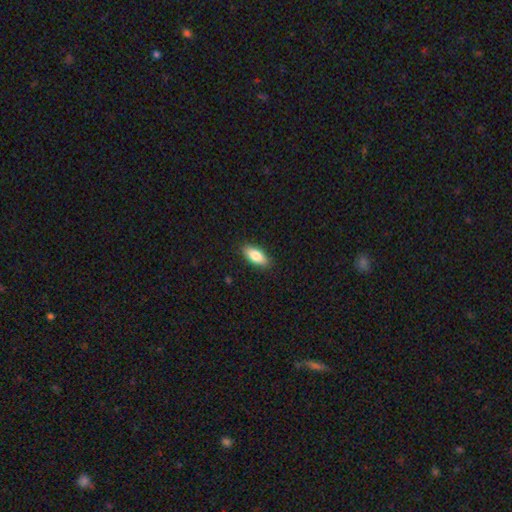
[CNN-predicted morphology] Smooth or featured? Predicted: smooth (p=0.81). How rounded? Predicted: in between (p=0.82). Merging? Predicted: none (p=0.89).